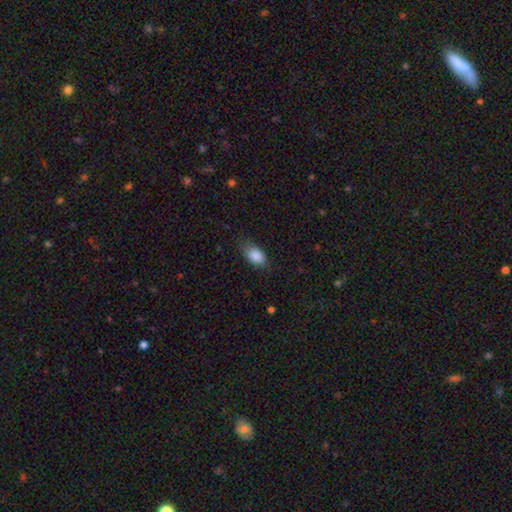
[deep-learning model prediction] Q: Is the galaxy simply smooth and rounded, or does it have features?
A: smooth — 88%.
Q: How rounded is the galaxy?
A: in between — 89%.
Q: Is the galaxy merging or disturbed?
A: none — 68%.